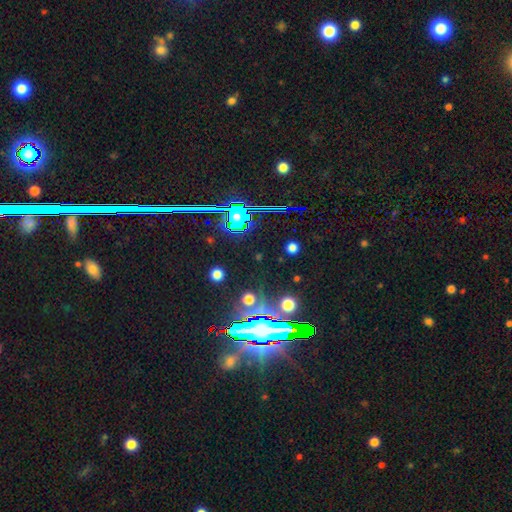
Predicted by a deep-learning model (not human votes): Q: Smooth or featured?
A: star or artifact (82%); runner-up: featured or disk (10%)